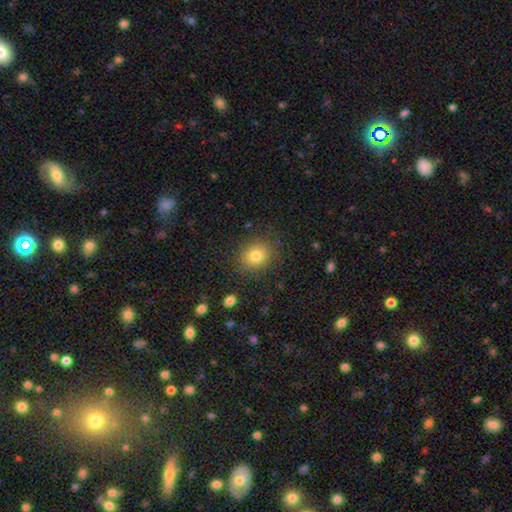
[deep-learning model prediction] Q: Smooth or featured?
A: smooth (80%); runner-up: star or artifact (12%)
Q: How rounded?
A: round (71%); runner-up: in between (28%)
Q: Merging?
A: none (86%); runner-up: minor disturbance (10%)